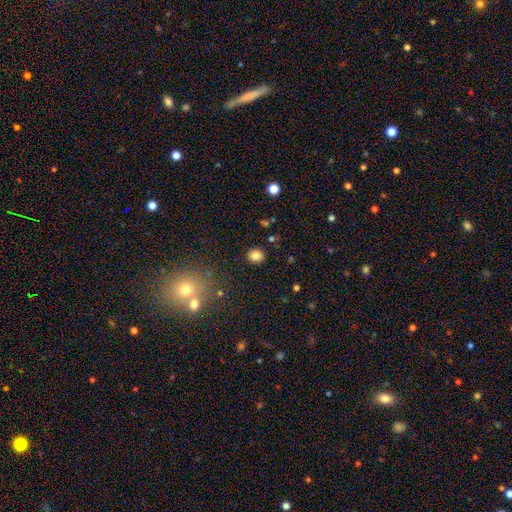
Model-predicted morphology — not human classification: Smooth or featured: smooth — 83% (star or artifact — 11%)
How rounded: round — 68% (in between — 31%)
Merging: none — 88% (minor disturbance — 8%)